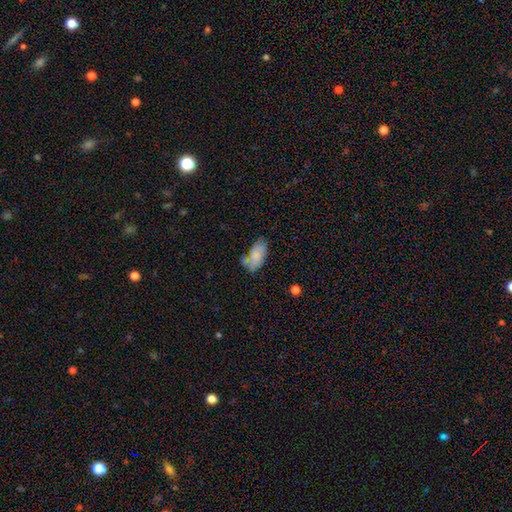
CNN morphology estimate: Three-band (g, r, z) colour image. It shows a smooth galaxy with no disk features (74%) that is in between round and cigar-shaped (94%). Merging: none (56%).